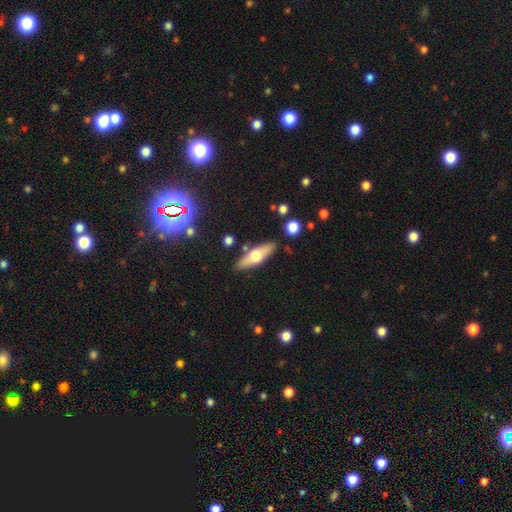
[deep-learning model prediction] Smooth or featured: smooth — 48% (featured or disk — 46%)
Merging: none — 83% (minor disturbance — 10%)